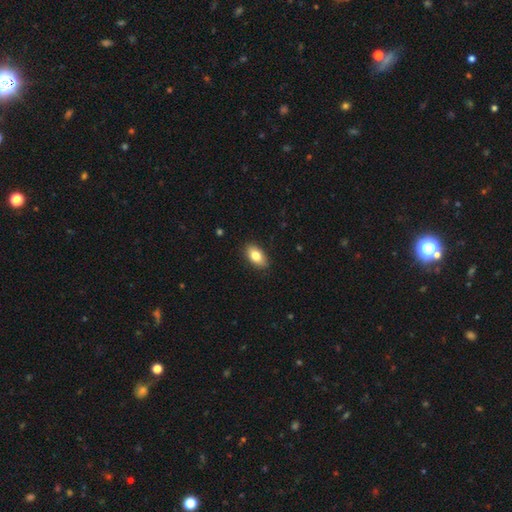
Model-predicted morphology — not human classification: Smooth or featured? smooth (82%)
How rounded? in between (91%)
Merging? none (87%)